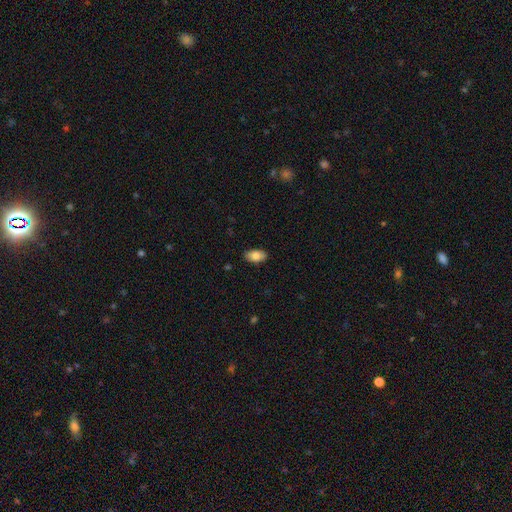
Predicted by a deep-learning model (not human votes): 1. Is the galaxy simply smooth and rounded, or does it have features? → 83% smooth, 10% featured or disk, 7% star or artifact.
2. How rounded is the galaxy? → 93% in between, 5% round, 2% cigar-shaped.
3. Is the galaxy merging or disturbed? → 87% none, 10% minor disturbance, 2% major disturbance, 1% merger.